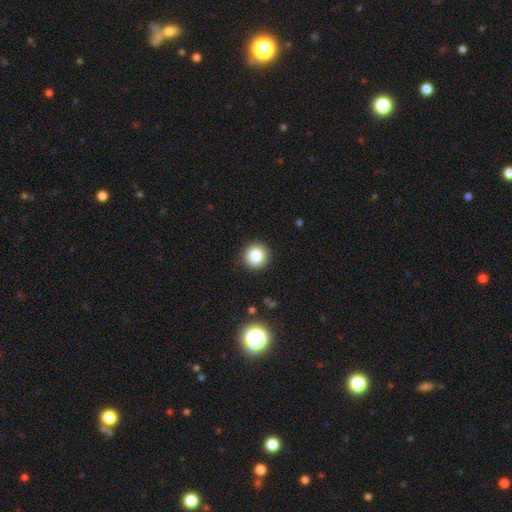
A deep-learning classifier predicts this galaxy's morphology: Overall: smooth (83%). How rounded: round (94%). Merging: none (91%).